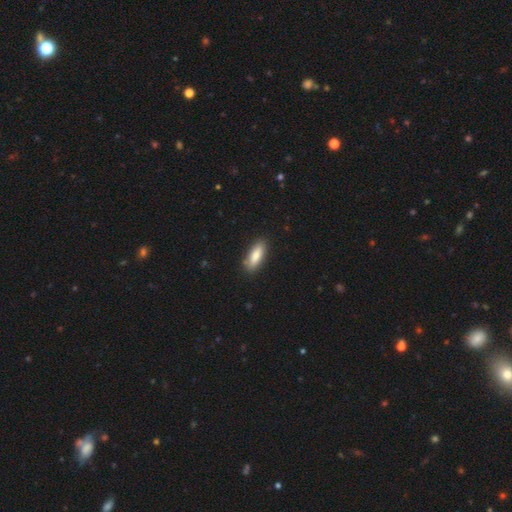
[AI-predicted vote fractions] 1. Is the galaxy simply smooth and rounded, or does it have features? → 84% smooth, 10% featured or disk, 6% star or artifact.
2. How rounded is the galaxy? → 67% in between, 31% cigar-shaped, 2% round.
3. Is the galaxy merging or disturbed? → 85% none, 11% minor disturbance, 2% major disturbance, 1% merger.